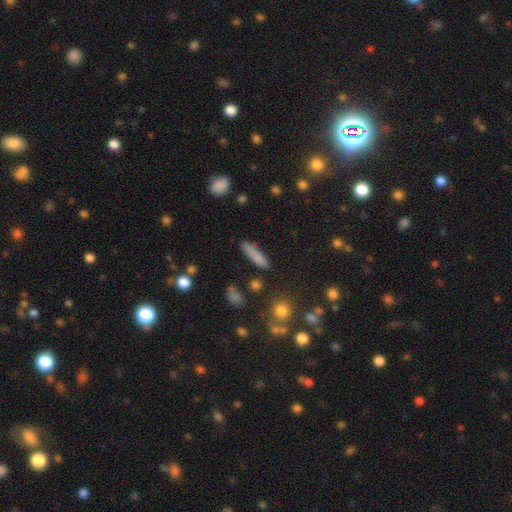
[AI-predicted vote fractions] This appears to be a smooth galaxy with no disk features (80%) that is cigar-shaped (78%). Merging: none (81%).